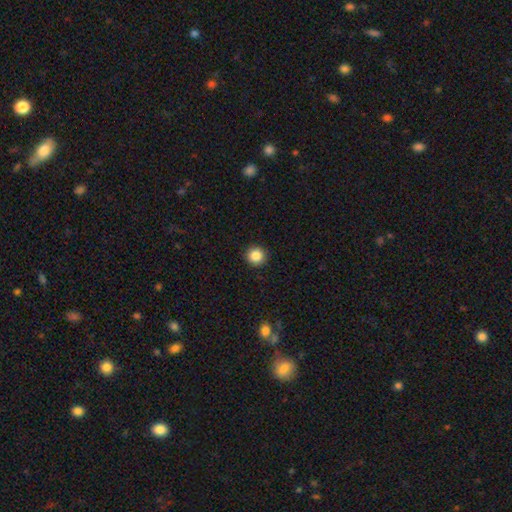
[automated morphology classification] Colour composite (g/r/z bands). It shows a smooth galaxy with no disk features (85%) that is round (95%). Merging: none (93%).